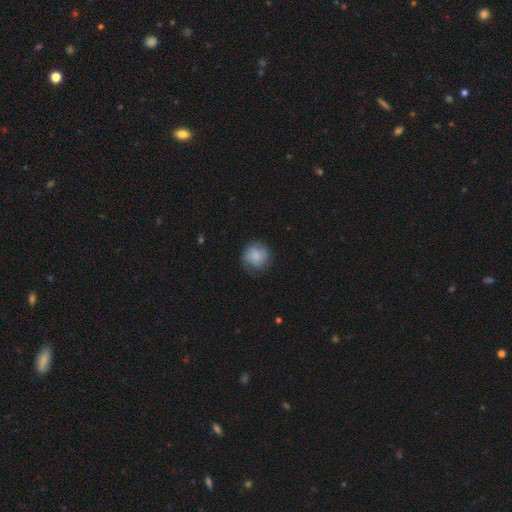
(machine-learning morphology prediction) The model was most divided on "smooth or featured": smooth: 68%, featured or disk: 23%, star or artifact: 8%. More confident: how rounded — round (89%); merging — none (70%).